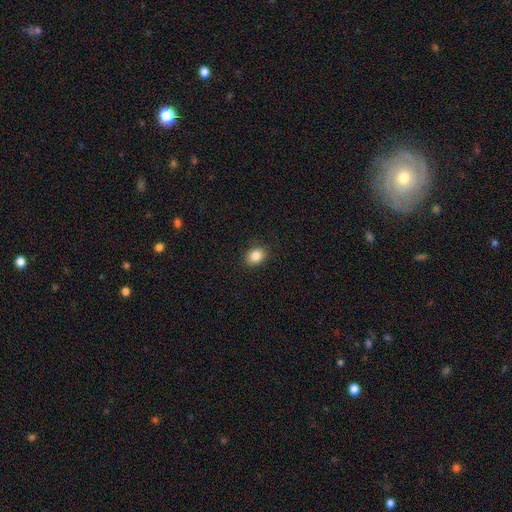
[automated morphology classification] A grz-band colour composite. It shows a smooth galaxy with no disk features (85%) that is in between round and cigar-shaped (55%). Merging: none (88%).